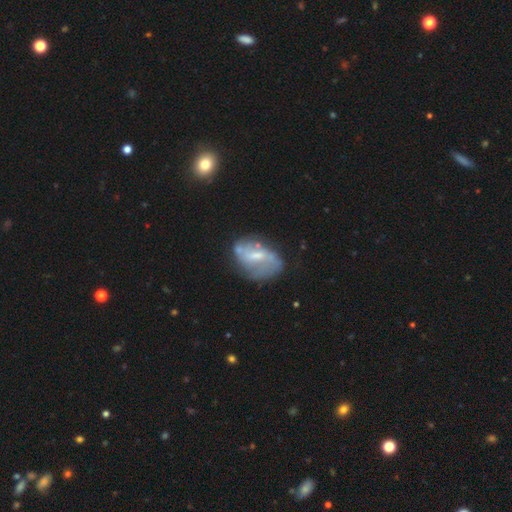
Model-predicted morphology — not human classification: type=featured or disk (66%); edge-on=no (96%); bar=weak (54%); spiral arms=yes (68%); bulge=small (46%); merging=none (55%).